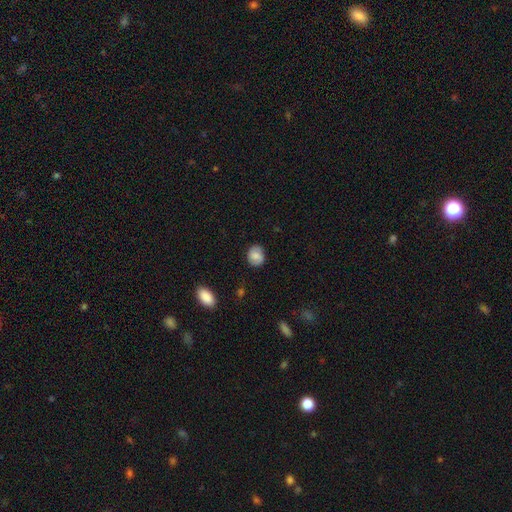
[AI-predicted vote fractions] smooth-or-featured: smooth: 80% | featured or disk: 13% | star or artifact: 8%
  how-rounded: round: 60% | in between: 39% | cigar-shaped: 1%
  merging: none: 84% | minor disturbance: 12% | major disturbance: 3% | merger: 1%